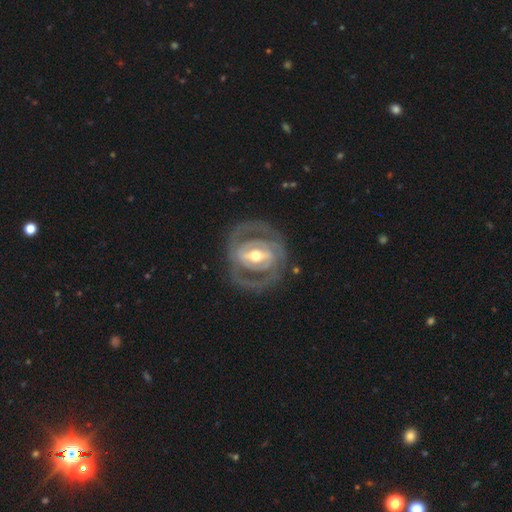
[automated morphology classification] type=featured or disk (87%); edge-on=no (96%); bar=strong (53%); spiral arms=yes (82%); winding=tight (55%); arm count=2 (78%); bulge=moderate (66%); merging=none (79%).